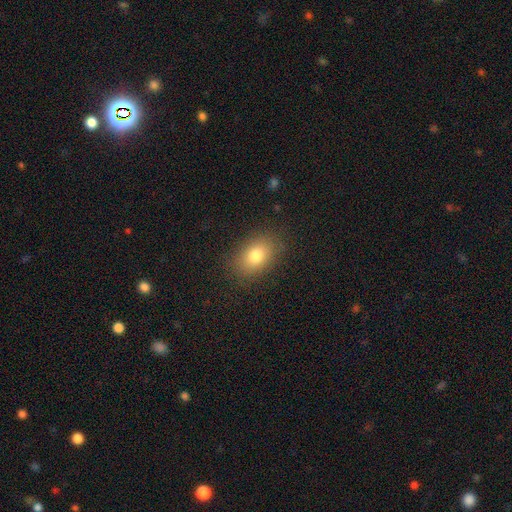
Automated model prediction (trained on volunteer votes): Smooth or featured?
  - smooth: 79% *
  - featured or disk: 11%
  - star or artifact: 11%
How rounded?
  - in between: 80% *
  - round: 18%
  - cigar-shaped: 1%
Merging?
  - none: 86% *
  - minor disturbance: 10%
  - major disturbance: 3%
  - merger: 1%